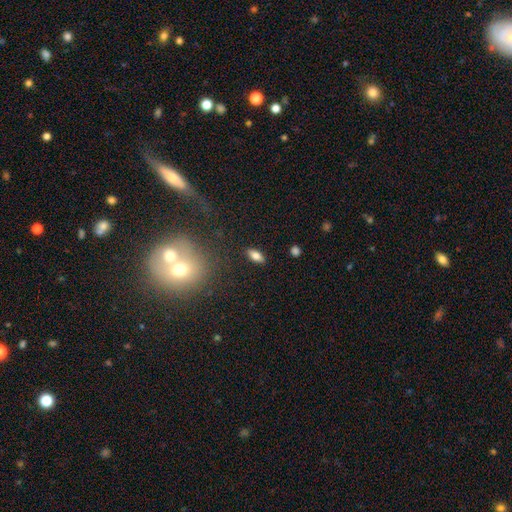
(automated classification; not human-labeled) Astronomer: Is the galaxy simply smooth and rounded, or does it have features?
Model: smooth — 76%.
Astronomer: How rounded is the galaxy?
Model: in between — 82%.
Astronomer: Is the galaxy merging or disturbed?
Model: none — 87%.